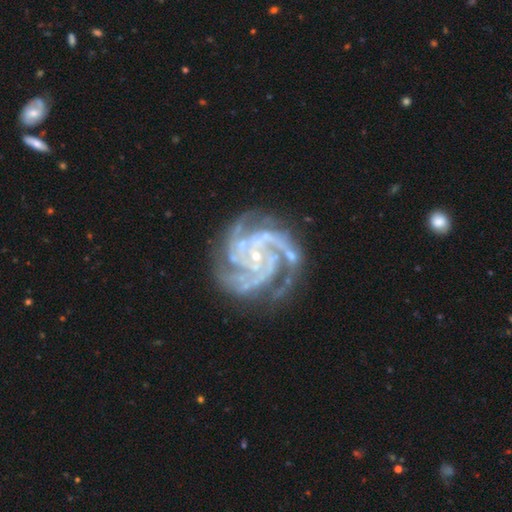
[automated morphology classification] Smooth or featured?
  - featured or disk: 92% *
  - star or artifact: 5%
  - smooth: 2%
Edge-on disk?
  - no: 98% *
  - yes: 2%
Bar?
  - no: 67% *
  - weak: 22%
  - strong: 11%
Spiral arms?
  - yes: 99% *
  - no: 1%
Spiral winding?
  - tight: 64% *
  - medium: 33%
  - loose: 3%
Spiral arm count?
  - 4: 38% *
  - 3: 34%
  - more than 4: 9%
  - 2: 7%
  - can't tell: 7%
  - 1: 5%
Bulge size?
  - small: 83% *
  - moderate: 11%
  - none: 4%
  - large: 1%
  - dominant: 1%
Merging?
  - none: 72% *
  - minor disturbance: 17%
  - major disturbance: 9%
  - merger: 2%